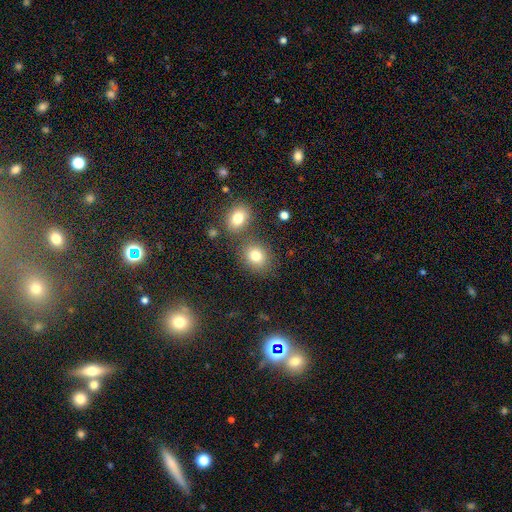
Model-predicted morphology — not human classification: A smooth galaxy with no disk features (79%) that is round (67%). Merging: none (71%).